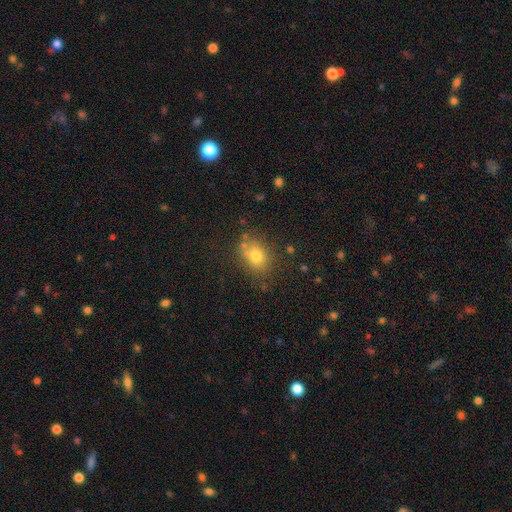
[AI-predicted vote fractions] Morphology: type=smooth (74%); roundness=in between (52%); merging=none (71%).